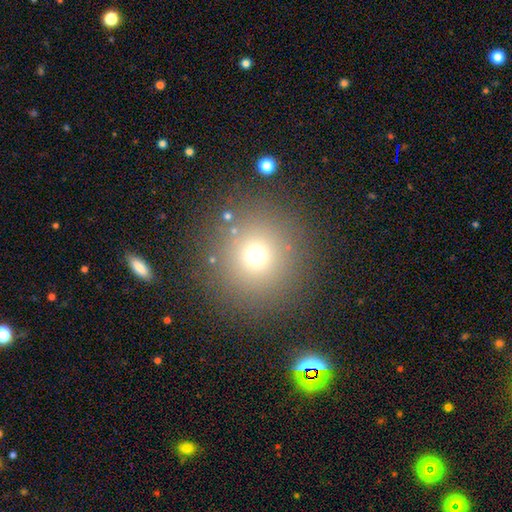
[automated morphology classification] smooth-or-featured: smooth: 71% | star or artifact: 19% | featured or disk: 10%
  how-rounded: round: 94% | in between: 5% | cigar-shaped: 1%
  merging: none: 86% | minor disturbance: 7% | major disturbance: 4% | merger: 4%